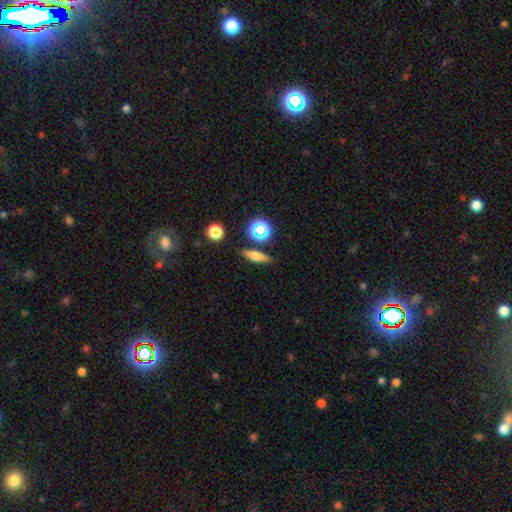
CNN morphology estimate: Smooth or featured? Predicted: smooth (p=0.64). How rounded? Predicted: cigar-shaped (p=0.57). Merging? Predicted: none (p=0.82).